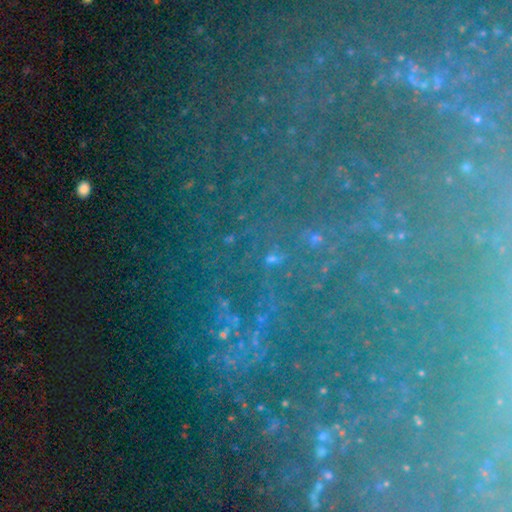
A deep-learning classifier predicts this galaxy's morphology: Smooth or featured? star or artifact (77%)